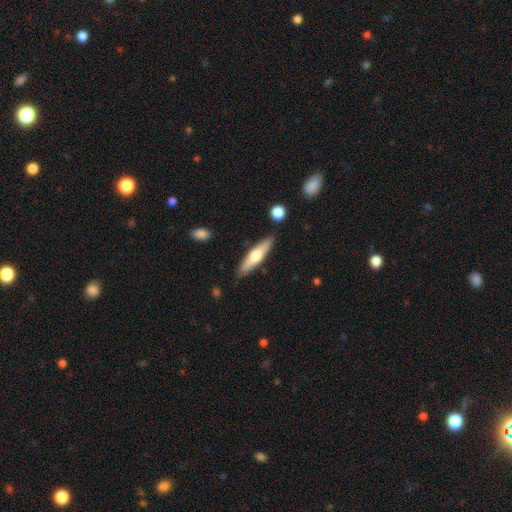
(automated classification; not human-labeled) Smooth or featured?
  - smooth: 51% *
  - featured or disk: 44%
  - star or artifact: 5%
How rounded?
  - cigar-shaped: 76% *
  - in between: 22%
  - round: 2%
Merging?
  - none: 86% *
  - minor disturbance: 10%
  - merger: 3%
  - major disturbance: 2%